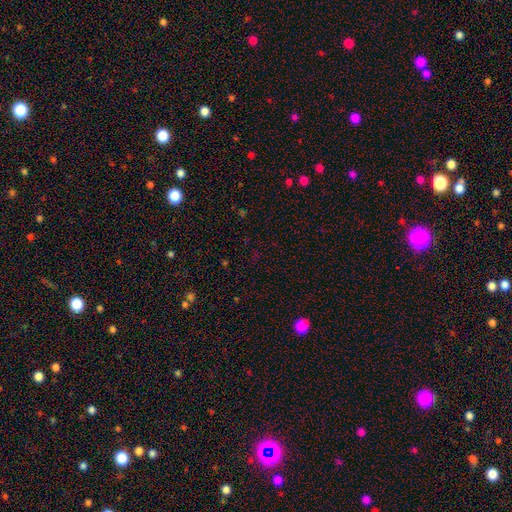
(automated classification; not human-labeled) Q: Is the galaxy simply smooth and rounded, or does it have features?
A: star or artifact — 64%.